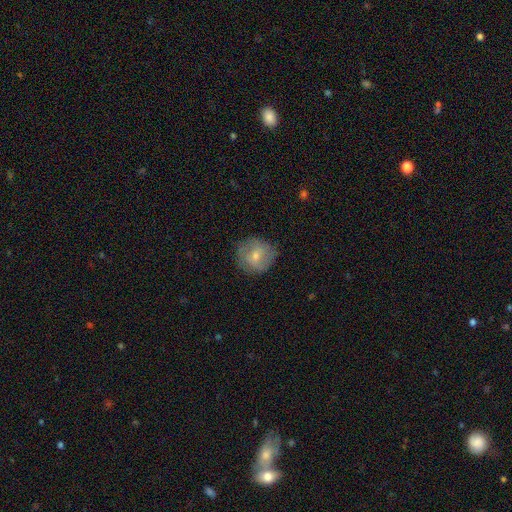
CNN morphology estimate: Smooth or featured?
  - smooth: 50% *
  - featured or disk: 40%
  - star or artifact: 10%
Merging?
  - none: 80% *
  - minor disturbance: 15%
  - major disturbance: 4%
  - merger: 1%